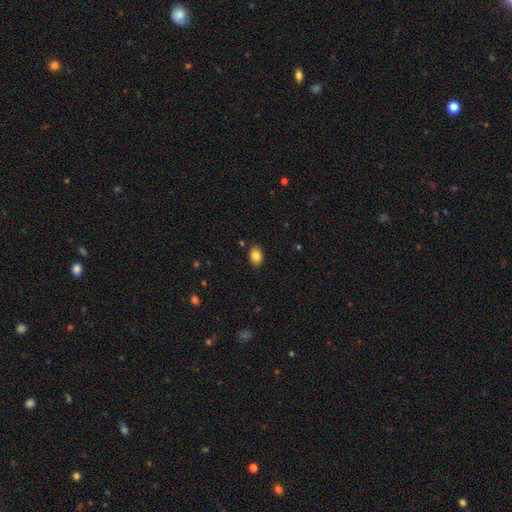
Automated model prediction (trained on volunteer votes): Overall: smooth (85%). How rounded: in between (83%). Merging: none (86%).